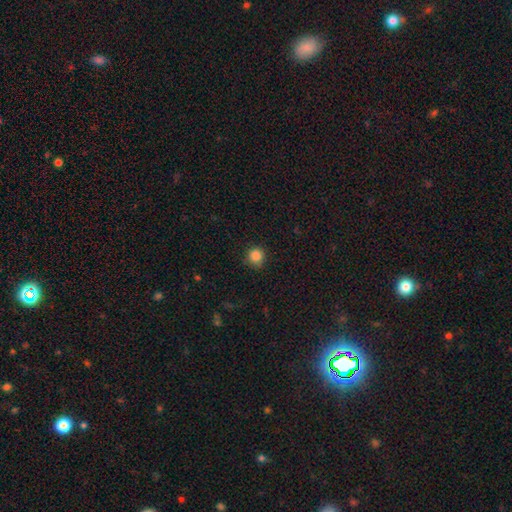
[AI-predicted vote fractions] A smooth galaxy with no disk features (86%) that is round (94%).

Vote fractions:
- Smooth or featured? smooth: 86% / star or artifact: 11% / featured or disk: 3%
- How rounded? round: 94% / in between: 5% / cigar-shaped: 1%
- Merging? none: 87% / minor disturbance: 9% / major disturbance: 3% / merger: 1%